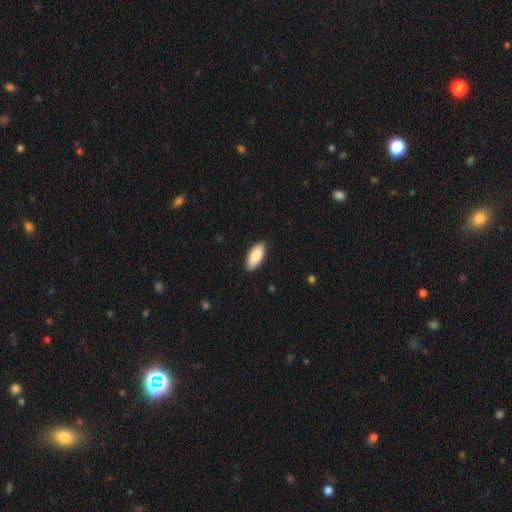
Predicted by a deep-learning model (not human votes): smooth-or-featured: smooth: 87% | featured or disk: 7% | star or artifact: 6%
  how-rounded: in between: 89% | cigar-shaped: 9% | round: 2%
  merging: none: 89% | minor disturbance: 8% | major disturbance: 2% | merger: 1%